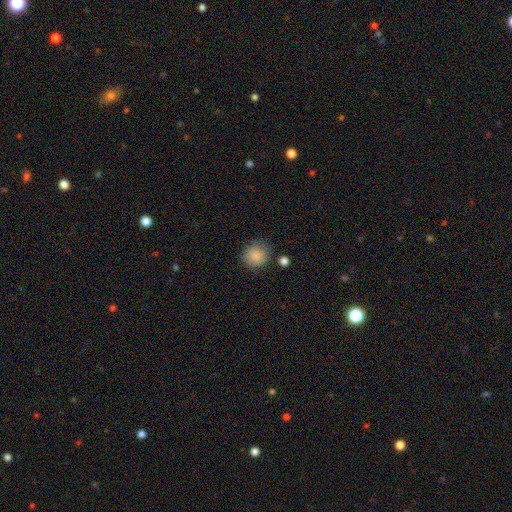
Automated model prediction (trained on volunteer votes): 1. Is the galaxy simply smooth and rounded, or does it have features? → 87% smooth, 9% star or artifact, 4% featured or disk.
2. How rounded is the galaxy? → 88% round, 11% in between, 1% cigar-shaped.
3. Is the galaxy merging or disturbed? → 80% none, 13% minor disturbance, 4% major disturbance, 4% merger.